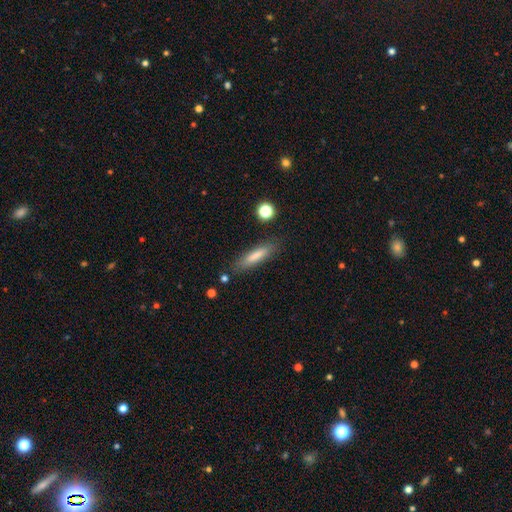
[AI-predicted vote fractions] smooth 78%, featured or disk 15%, star or artifact 7%. Down the decision tree: how rounded — cigar-shaped (81%); merging — none (83%).